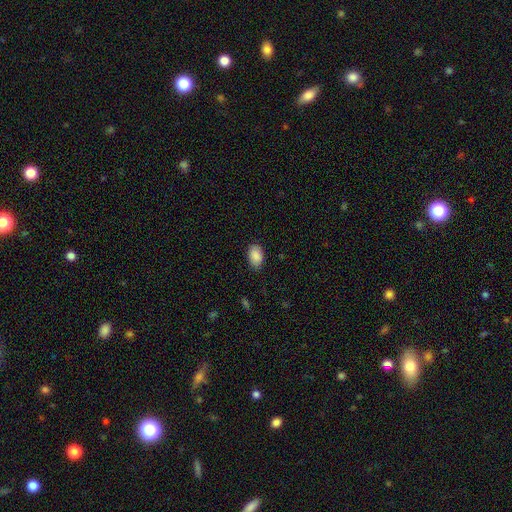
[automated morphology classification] smooth 89%, star or artifact 7%, featured or disk 4%. Down the decision tree: how rounded — in between (89%); merging — none (82%).